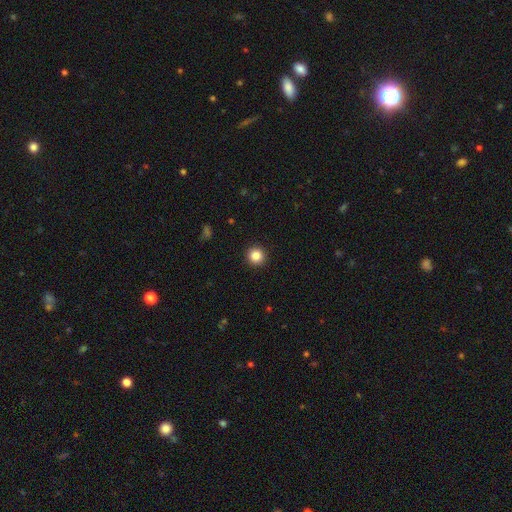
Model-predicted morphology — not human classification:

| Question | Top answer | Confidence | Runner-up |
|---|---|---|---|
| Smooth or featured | smooth | 85% | star or artifact (11%) |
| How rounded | round | 96% | in between (4%) |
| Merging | none | 93% | minor disturbance (4%) |